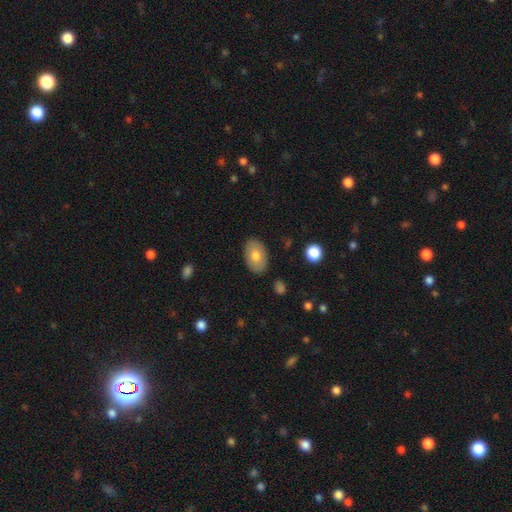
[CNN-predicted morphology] Overall: smooth (74%). How rounded: in between (90%). Merging: none (85%).